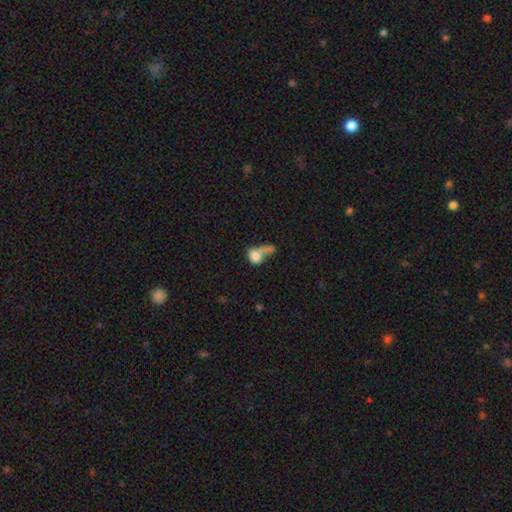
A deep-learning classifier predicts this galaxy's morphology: This appears to be a smooth galaxy with no disk features (68%) that is in between round and cigar-shaped (63%). Merging: merger (46%).